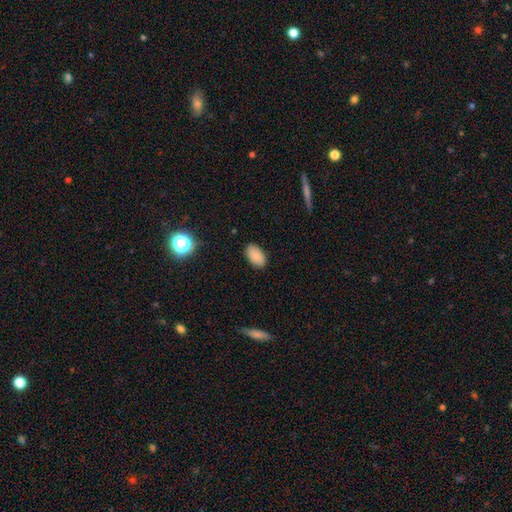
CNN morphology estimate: smooth-or-featured: smooth: 84% | star or artifact: 9% | featured or disk: 7%
  how-rounded: in between: 93% | round: 5% | cigar-shaped: 2%
  merging: none: 85% | minor disturbance: 11% | major disturbance: 2% | merger: 1%